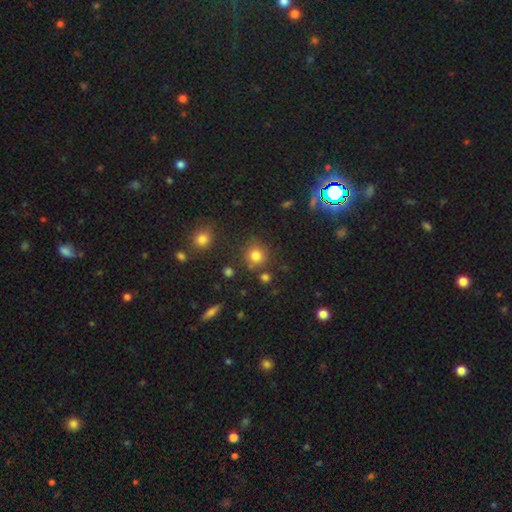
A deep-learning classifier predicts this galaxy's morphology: This is likely a smooth galaxy (80%). How rounded: clearly round (87%). Merging: likely none (76%).